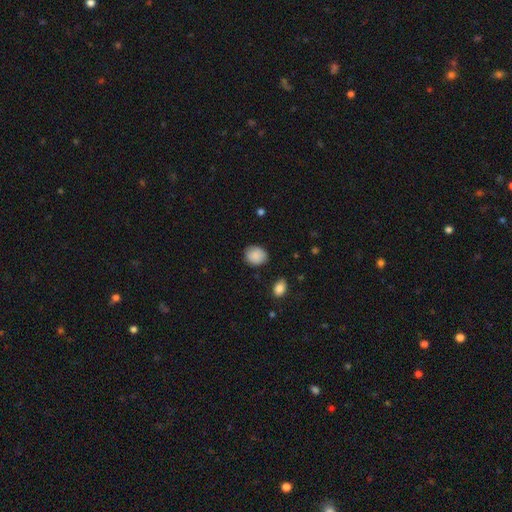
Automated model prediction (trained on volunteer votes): A smooth galaxy with no disk features (88%) that is round (67%). Merging: none (78%).